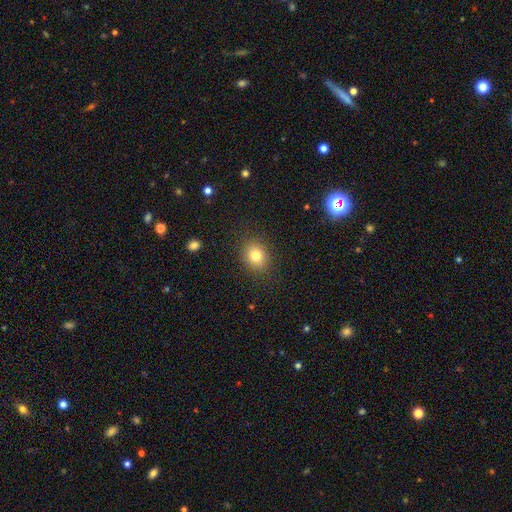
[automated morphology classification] Smooth or featured: smooth — 80% (star or artifact — 11%)
How rounded: round — 53% (in between — 46%)
Merging: none — 87% (minor disturbance — 9%)